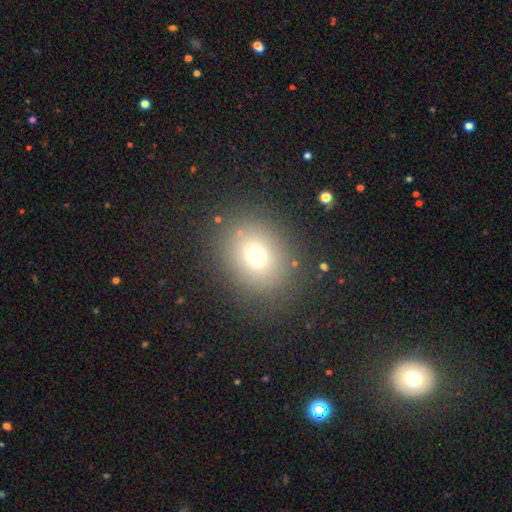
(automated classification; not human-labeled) The model was most divided on "how rounded": round: 59%, in between: 40%, cigar-shaped: 1%. More confident: merging — none (85%); smooth or featured — smooth (71%).